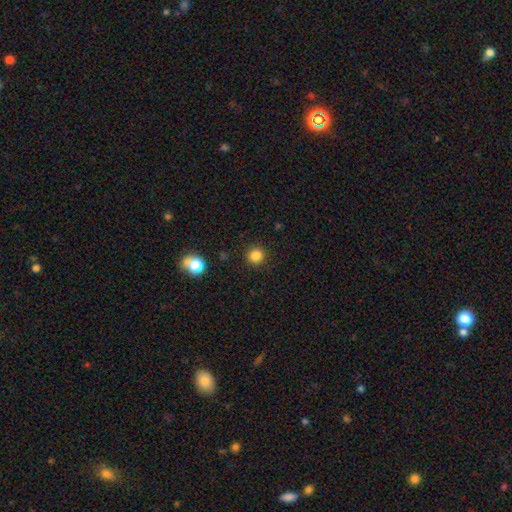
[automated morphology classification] Smooth or featured? smooth (83%)
How rounded? round (94%)
Merging? none (91%)